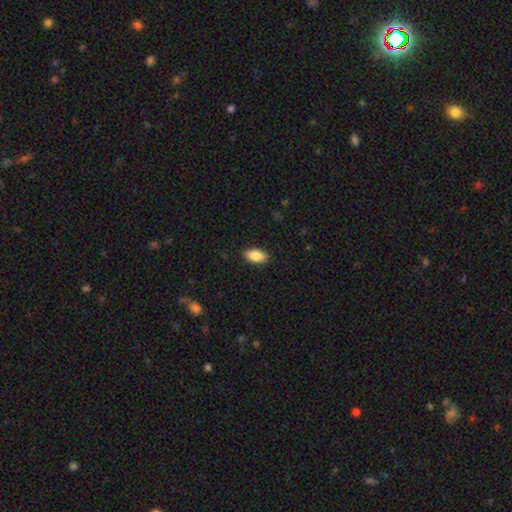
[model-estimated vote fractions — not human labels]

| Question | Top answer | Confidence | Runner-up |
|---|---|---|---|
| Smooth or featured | smooth | 87% | star or artifact (7%) |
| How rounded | in between | 92% | cigar-shaped (4%) |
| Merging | none | 89% | minor disturbance (8%) |